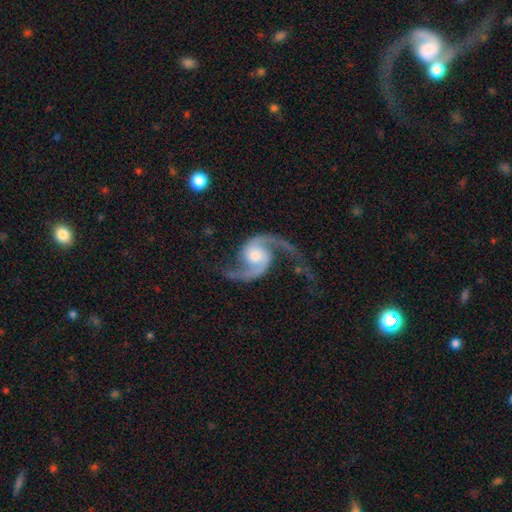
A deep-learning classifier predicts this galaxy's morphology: type=featured or disk (93%); edge-on=no (98%); bar=no (64%); spiral arms=yes (98%); winding=loose (61%); arm count=2 (94%); bulge=moderate (55%); merging=none (72%).